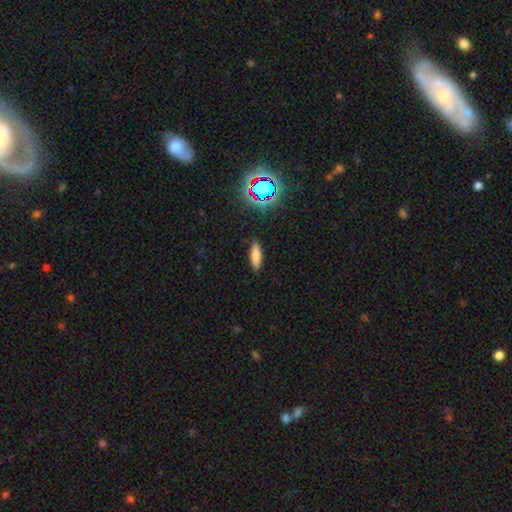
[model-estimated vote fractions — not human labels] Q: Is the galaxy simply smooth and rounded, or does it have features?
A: smooth — 76%.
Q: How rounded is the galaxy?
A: in between — 53%.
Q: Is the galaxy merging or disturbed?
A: none — 88%.